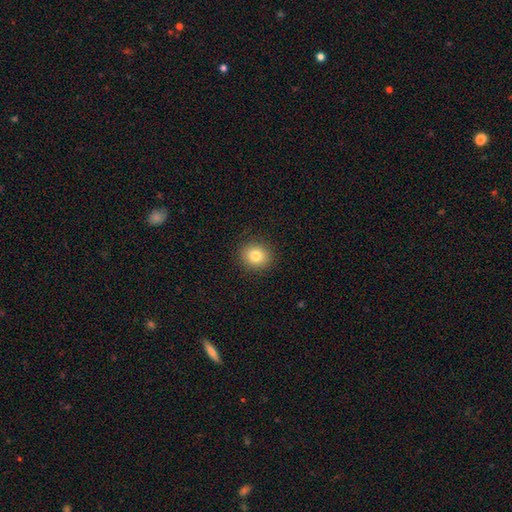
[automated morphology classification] A smooth galaxy with no disk features (82%) that is round (81%).

Vote fractions:
- Smooth or featured? smooth: 82% / star or artifact: 10% / featured or disk: 7%
- How rounded? round: 81% / in between: 18% / cigar-shaped: 1%
- Merging? none: 91% / minor disturbance: 6% / major disturbance: 2% / merger: 1%